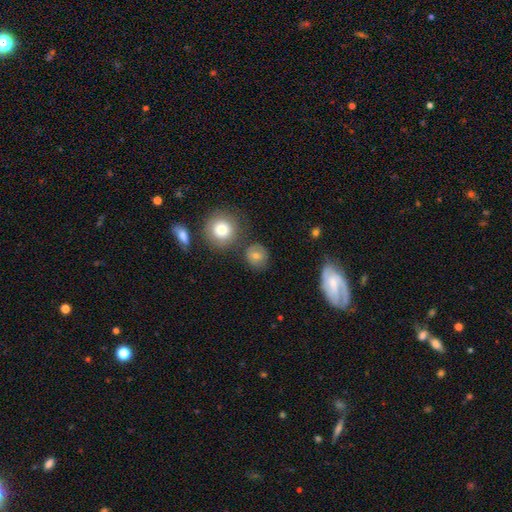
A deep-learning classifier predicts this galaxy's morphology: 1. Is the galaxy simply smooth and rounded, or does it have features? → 72% smooth, 16% featured or disk, 12% star or artifact.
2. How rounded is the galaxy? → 83% round, 16% in between, 1% cigar-shaped.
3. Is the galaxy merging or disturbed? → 76% none, 14% minor disturbance, 6% merger, 5% major disturbance.